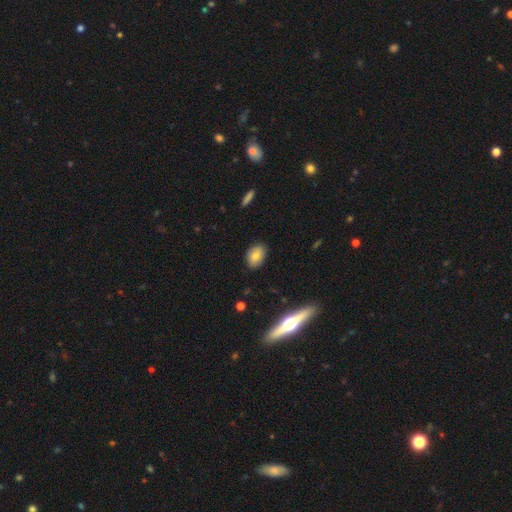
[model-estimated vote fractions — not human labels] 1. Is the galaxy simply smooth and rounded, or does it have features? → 77% smooth, 14% featured or disk, 9% star or artifact.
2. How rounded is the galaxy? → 77% in between, 21% round, 2% cigar-shaped.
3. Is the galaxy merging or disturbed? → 85% none, 11% minor disturbance, 2% major disturbance, 1% merger.